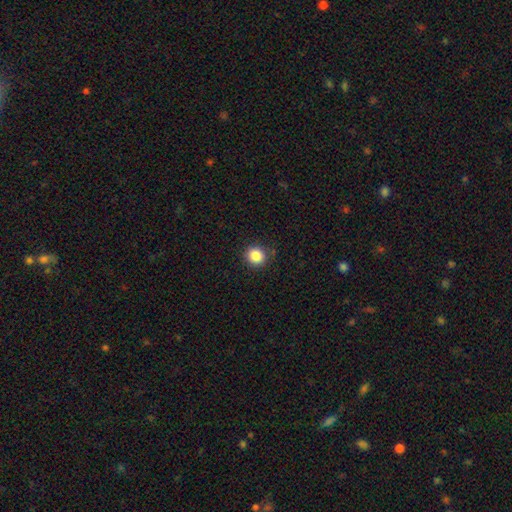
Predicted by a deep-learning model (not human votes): This is clearly a smooth galaxy (86%). How rounded: clearly round (90%). Merging: clearly none (89%).